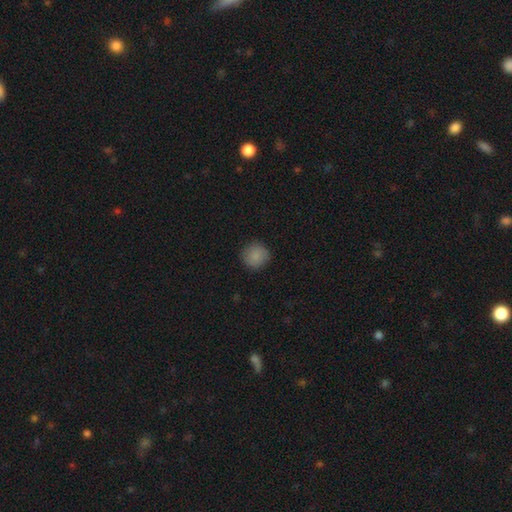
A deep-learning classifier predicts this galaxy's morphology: A smooth galaxy with no disk features (86%) that is round (93%).

Vote fractions:
- Smooth or featured? smooth: 86% / star or artifact: 9% / featured or disk: 5%
- How rounded? round: 93% / in between: 7% / cigar-shaped: 1%
- Merging? none: 87% / minor disturbance: 9% / major disturbance: 2% / merger: 1%